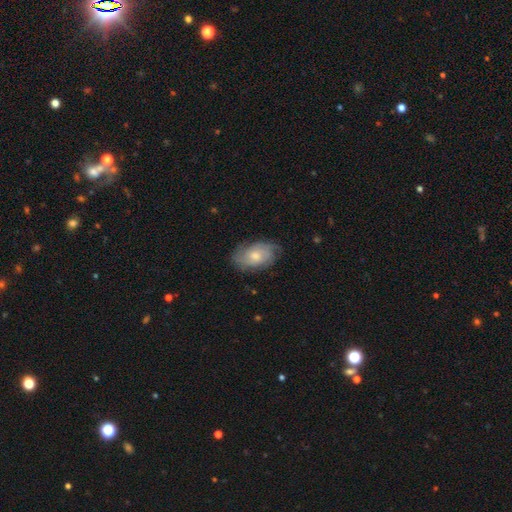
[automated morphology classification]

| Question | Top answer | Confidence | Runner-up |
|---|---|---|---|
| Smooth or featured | featured or disk | 59% | smooth (34%) |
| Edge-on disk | no | 95% | yes (5%) |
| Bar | no | 74% | weak (23%) |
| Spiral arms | yes | 86% | no (14%) |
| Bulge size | moderate | 57% | small (33%) |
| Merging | none | 71% | minor disturbance (22%) |